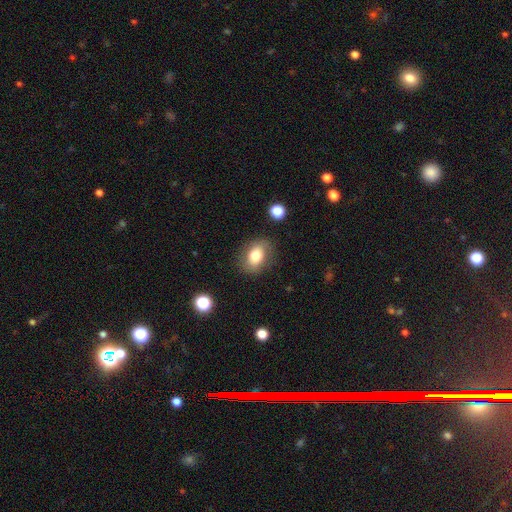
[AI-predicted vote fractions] This appears to be a smooth galaxy with no disk features (76%) that is in between round and cigar-shaped (71%). Merging: none (80%).